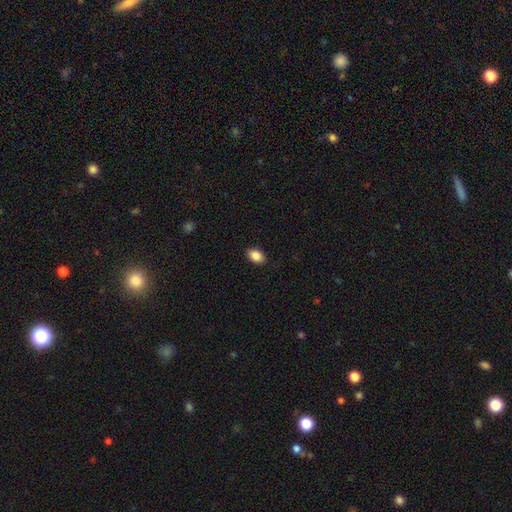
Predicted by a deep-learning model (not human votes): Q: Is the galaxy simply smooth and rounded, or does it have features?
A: smooth — 88%.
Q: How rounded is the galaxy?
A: in between — 82%.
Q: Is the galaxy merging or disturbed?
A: none — 90%.